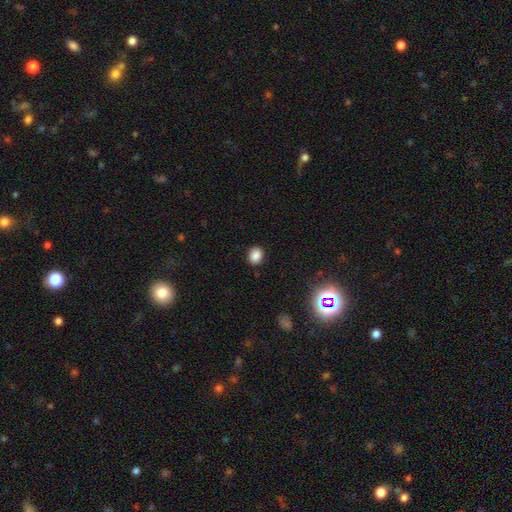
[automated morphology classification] The model was most divided on "how rounded": round: 61%, in between: 38%, cigar-shaped: 1%. More confident: merging — none (89%); smooth or featured — smooth (85%).